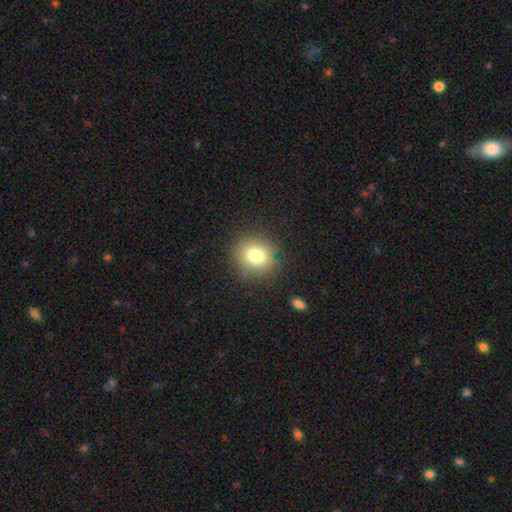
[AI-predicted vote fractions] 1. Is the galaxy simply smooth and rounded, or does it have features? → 78% smooth, 12% star or artifact, 10% featured or disk.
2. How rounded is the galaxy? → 83% round, 16% in between, 1% cigar-shaped.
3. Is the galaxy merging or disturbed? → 87% none, 8% minor disturbance, 3% major disturbance, 1% merger.